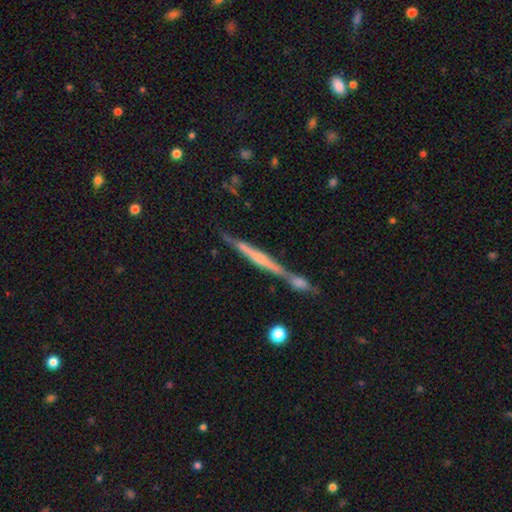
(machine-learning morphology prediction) A featured or disk galaxy (70%) viewed edge-on (96%) with no central bulge (49%). Merging: none (70%).